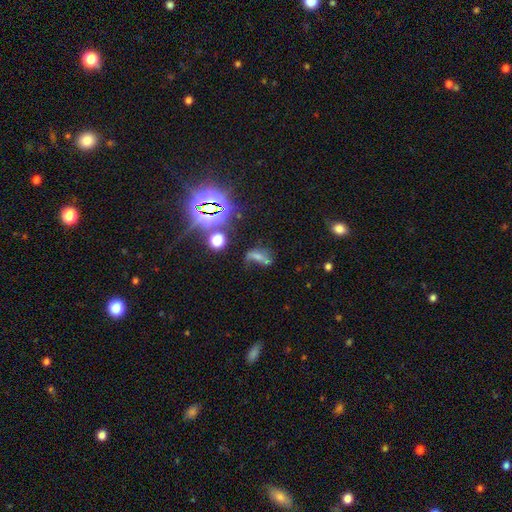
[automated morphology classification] smooth-or-featured: star or artifact: 37% | featured or disk: 32% | smooth: 31%